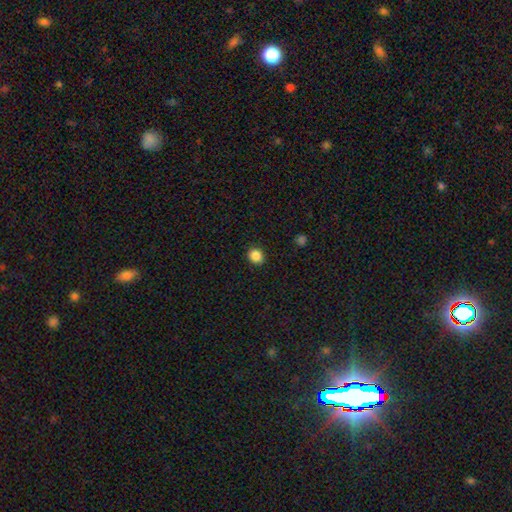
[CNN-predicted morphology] Smooth or featured? Predicted: smooth (p=0.86). How rounded? Predicted: round (p=0.73). Merging? Predicted: none (p=0.90).